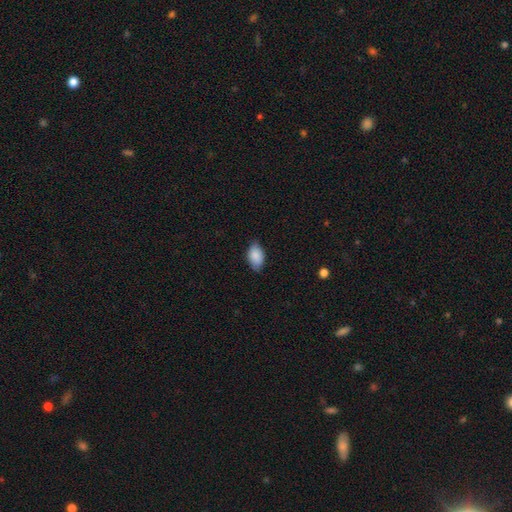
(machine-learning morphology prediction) A smooth galaxy with no disk features (87%) that is in between round and cigar-shaped (92%).

Vote fractions:
- Smooth or featured? smooth: 87% / featured or disk: 7% / star or artifact: 7%
- How rounded? in between: 92% / round: 7% / cigar-shaped: 2%
- Merging? none: 74% / minor disturbance: 21% / major disturbance: 3% / merger: 1%